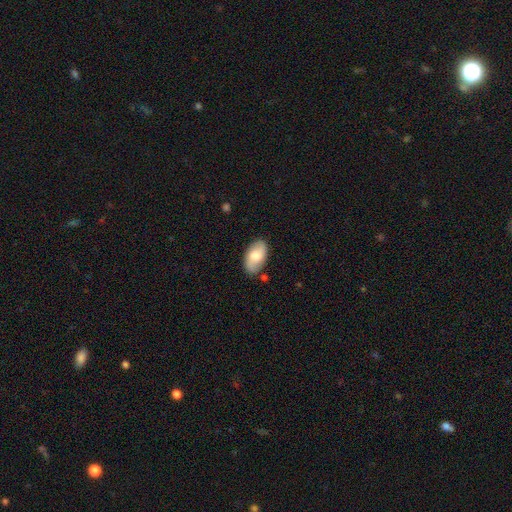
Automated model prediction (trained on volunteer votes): smooth-or-featured: smooth: 65% | featured or disk: 28% | star or artifact: 6%
  how-rounded: in between: 94% | round: 4% | cigar-shaped: 2%
  merging: none: 79% | minor disturbance: 15% | major disturbance: 3% | merger: 3%